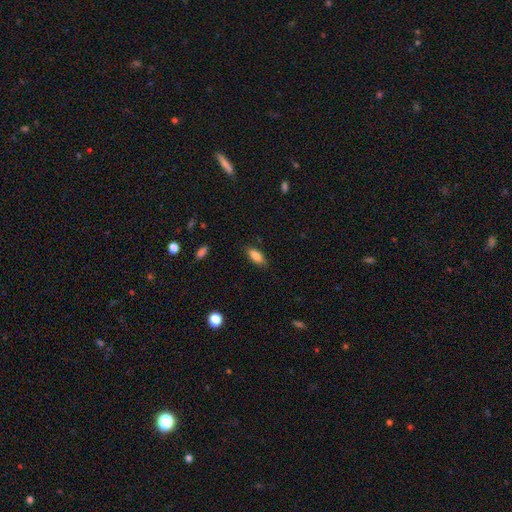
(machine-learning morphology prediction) Smooth or featured?
  - smooth: 84% *
  - featured or disk: 9%
  - star or artifact: 7%
How rounded?
  - in between: 79% *
  - cigar-shaped: 19%
  - round: 2%
Merging?
  - none: 82% *
  - minor disturbance: 14%
  - major disturbance: 3%
  - merger: 1%